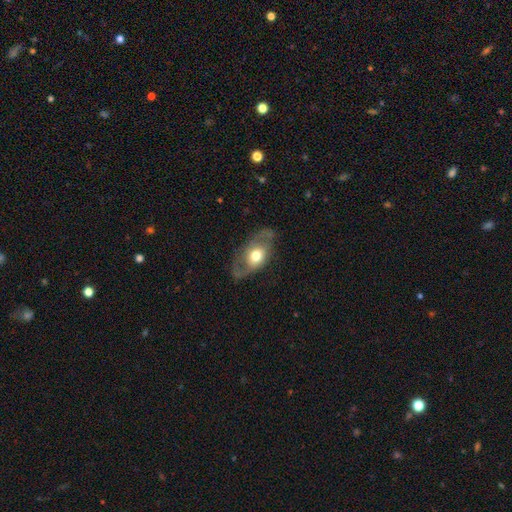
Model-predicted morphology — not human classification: smooth_or_featured: featured or disk (p=0.58) [alt: smooth p=0.35]
disk_edge_on: no (p=0.90) [alt: yes p=0.10]
bar: no (p=0.78) [alt: weak p=0.17]
has_spiral_arms: yes (p=0.58) [alt: no p=0.42]
bulge_size: moderate (p=0.67) [alt: large p=0.22]
merging: none (p=0.69) [alt: minor disturbance p=0.18]